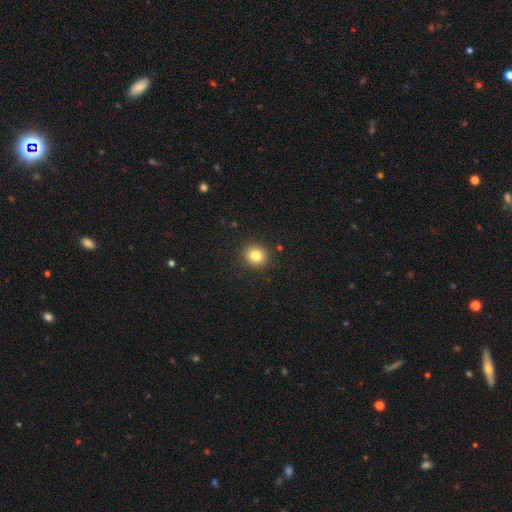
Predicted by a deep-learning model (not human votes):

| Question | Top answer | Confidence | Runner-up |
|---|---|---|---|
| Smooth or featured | smooth | 82% | star or artifact (11%) |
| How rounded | round | 84% | in between (15%) |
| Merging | none | 91% | minor disturbance (6%) |